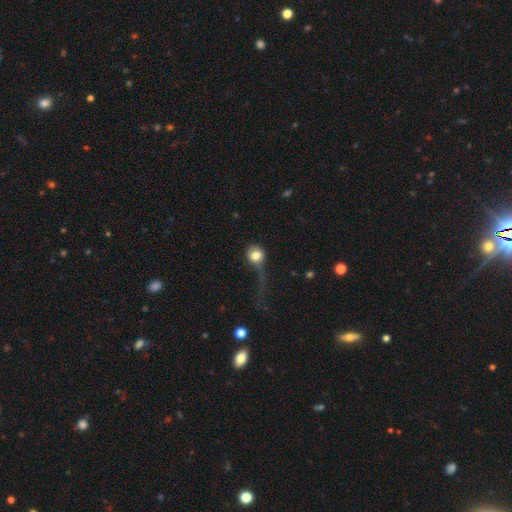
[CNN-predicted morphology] A smooth galaxy with no disk features (74%) that is round (83%).

Vote fractions:
- Smooth or featured? smooth: 74% / featured or disk: 17% / star or artifact: 9%
- How rounded? round: 83% / in between: 15% / cigar-shaped: 2%
- Merging? major disturbance: 56% / none: 21% / minor disturbance: 17% / merger: 6%